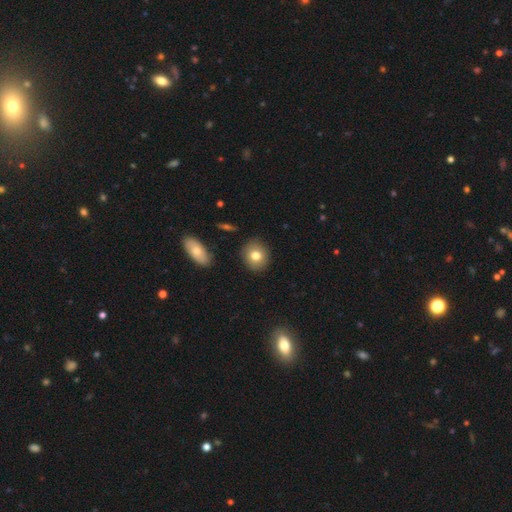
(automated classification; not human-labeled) smooth-or-featured: smooth: 79% | featured or disk: 13% | star or artifact: 9%
  how-rounded: round: 73% | in between: 25% | cigar-shaped: 1%
  merging: none: 88% | minor disturbance: 8% | major disturbance: 2% | merger: 2%